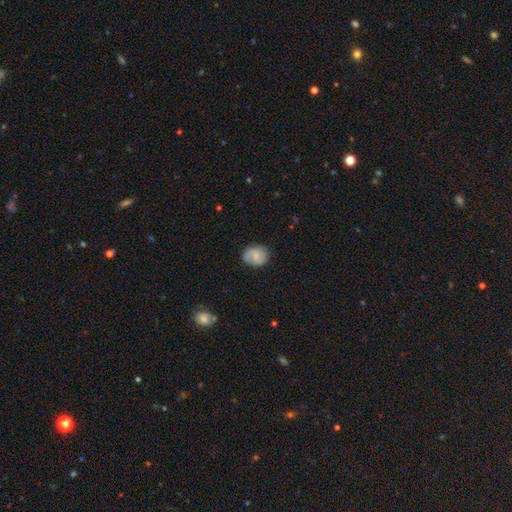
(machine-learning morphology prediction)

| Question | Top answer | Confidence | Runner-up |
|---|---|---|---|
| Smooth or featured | smooth | 63% | featured or disk (29%) |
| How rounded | round | 60% | in between (39%) |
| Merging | none | 77% | minor disturbance (17%) |